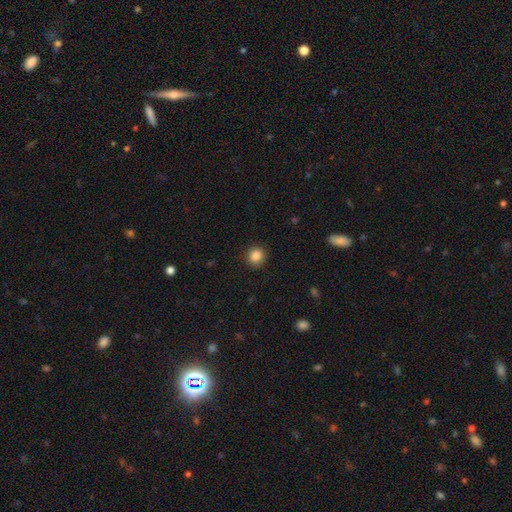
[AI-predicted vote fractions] Smooth or featured: smooth — 87% (star or artifact — 10%)
How rounded: round — 90% (in between — 9%)
Merging: none — 90% (minor disturbance — 7%)